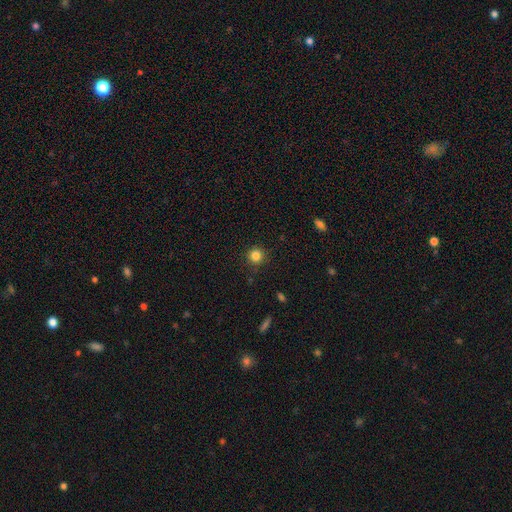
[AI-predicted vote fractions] A smooth galaxy with no disk features (83%) that is round (94%).

Vote fractions:
- Smooth or featured? smooth: 83% / star or artifact: 12% / featured or disk: 5%
- How rounded? round: 94% / in between: 5% / cigar-shaped: 1%
- Merging? none: 89% / minor disturbance: 7% / major disturbance: 2% / merger: 1%